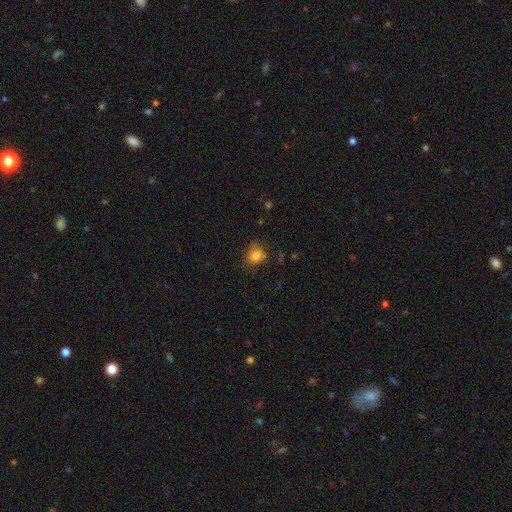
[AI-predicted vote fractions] Morphology: type=smooth (79%); roundness=round (62%); merging=none (59%).